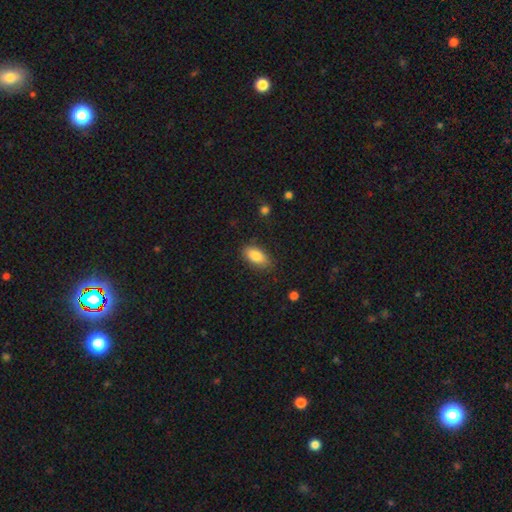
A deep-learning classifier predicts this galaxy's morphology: This appears to be a smooth galaxy with no disk features (85%) that is in between round and cigar-shaped (90%). Merging: none (82%).